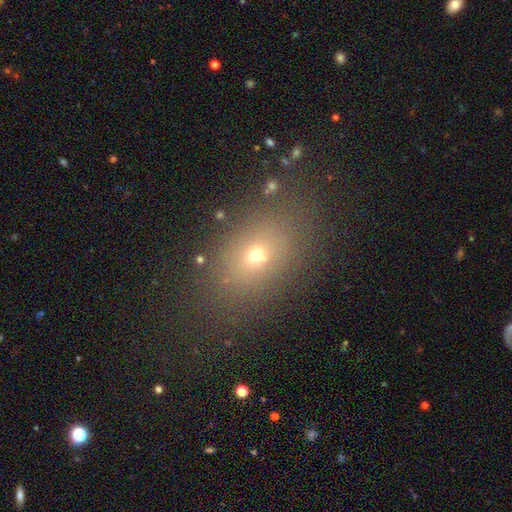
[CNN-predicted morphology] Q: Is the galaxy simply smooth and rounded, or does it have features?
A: smooth — 64%.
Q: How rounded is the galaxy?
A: in between — 69%.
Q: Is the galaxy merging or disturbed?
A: none — 81%.